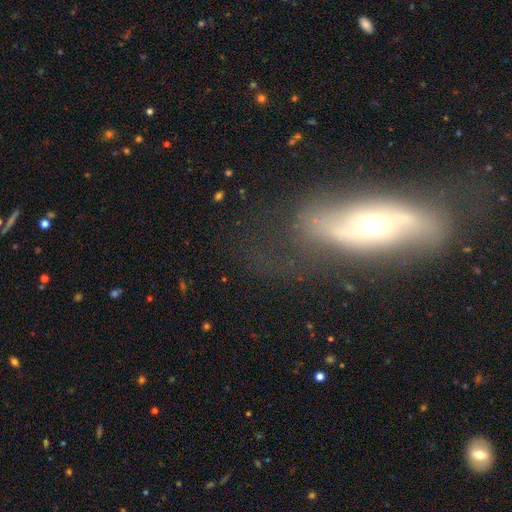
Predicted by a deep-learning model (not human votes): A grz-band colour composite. It shows a featured or disk galaxy (69%) with no bar (69%), spiral arms (77%) and a small central bulge (56%). Merging: none (64%).